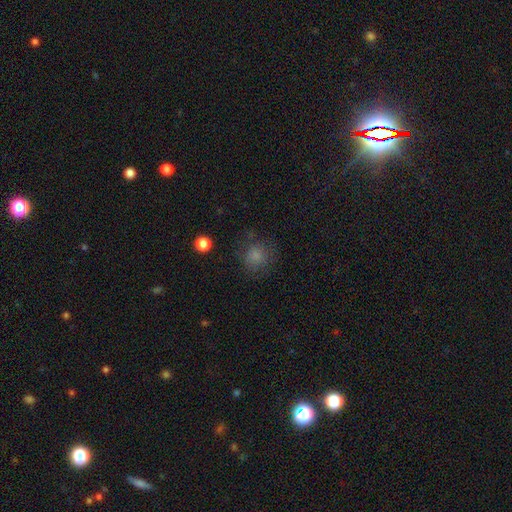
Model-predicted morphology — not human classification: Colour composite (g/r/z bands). It shows a smooth galaxy with no disk features (79%) that is round (86%). Merging: none (75%).